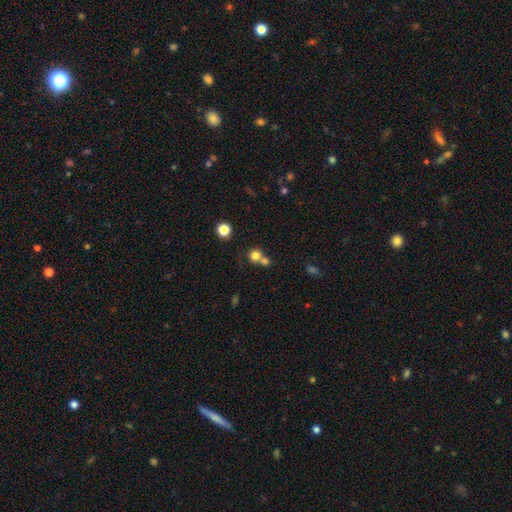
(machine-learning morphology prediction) Smooth or featured? smooth (76%)
How rounded? round (87%)
Merging? merger (46%)